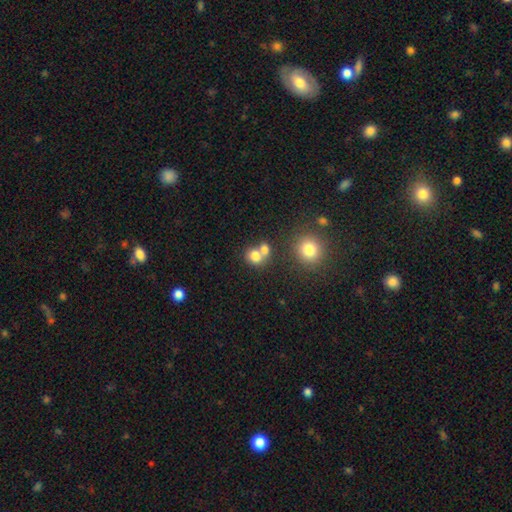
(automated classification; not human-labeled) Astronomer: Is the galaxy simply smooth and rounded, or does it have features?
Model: smooth — 78%.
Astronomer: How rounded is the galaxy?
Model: round — 72%.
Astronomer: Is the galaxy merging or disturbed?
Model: merger — 46% (runner-up: none, 42%).